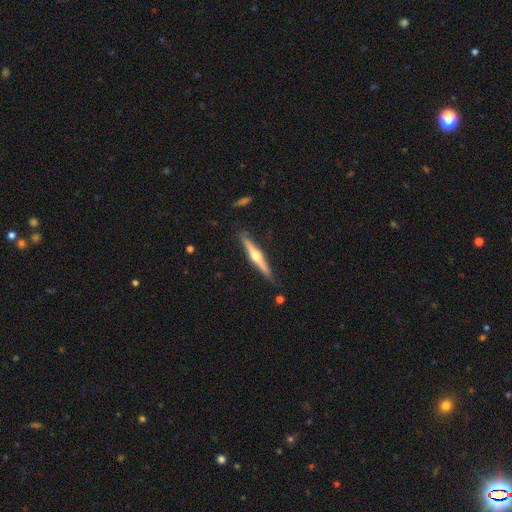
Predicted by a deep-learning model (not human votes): smooth-or-featured: featured or disk: 73% | smooth: 22% | star or artifact: 5%
  disk-edge-on: yes: 98% | no: 2%
    edge-on-bulge: rounded: 93% | boxy: 4% | none: 4%
  merging: none: 87% | minor disturbance: 9% | major disturbance: 2% | merger: 2%